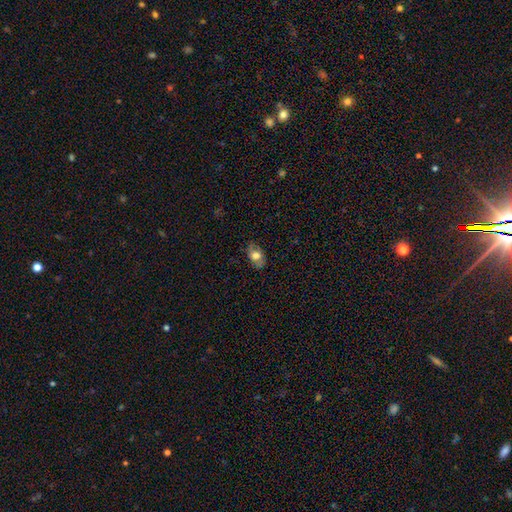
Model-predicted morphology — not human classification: smooth 67%, featured or disk 24%, star or artifact 9%. Down the decision tree: how rounded — in between (84%); merging — none (76%).